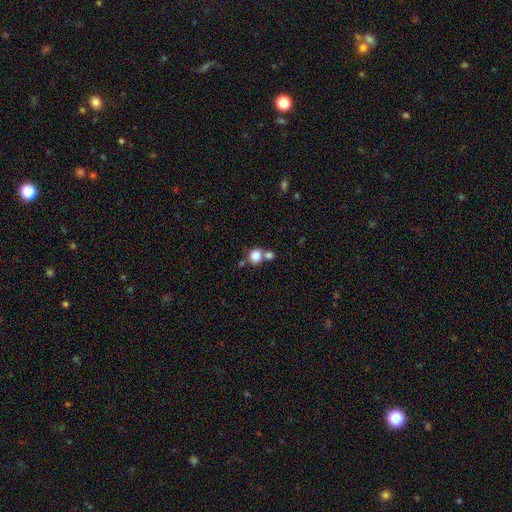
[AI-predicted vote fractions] Smooth or featured? smooth (83%)
How rounded? round (85%)
Merging? none (50%)